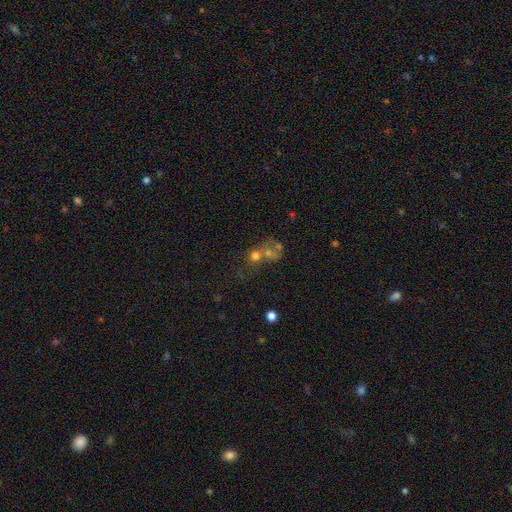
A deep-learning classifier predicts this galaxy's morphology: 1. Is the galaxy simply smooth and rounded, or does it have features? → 61% smooth, 20% star or artifact, 19% featured or disk.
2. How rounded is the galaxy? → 80% round, 19% in between, 1% cigar-shaped.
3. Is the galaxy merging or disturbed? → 56% merger, 31% none, 7% minor disturbance, 6% major disturbance.